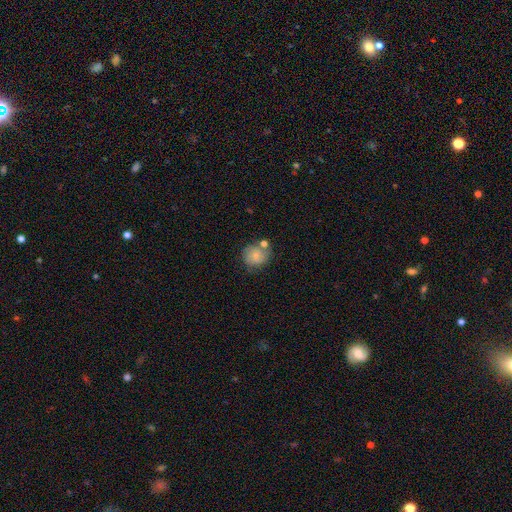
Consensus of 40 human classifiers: Volunteers were most divided on "merging": none: 61%, minor disturbance: 19%, merger: 19%, major disturbance: 0%. More confident: how rounded — round (91%); smooth or featured — smooth (80%).